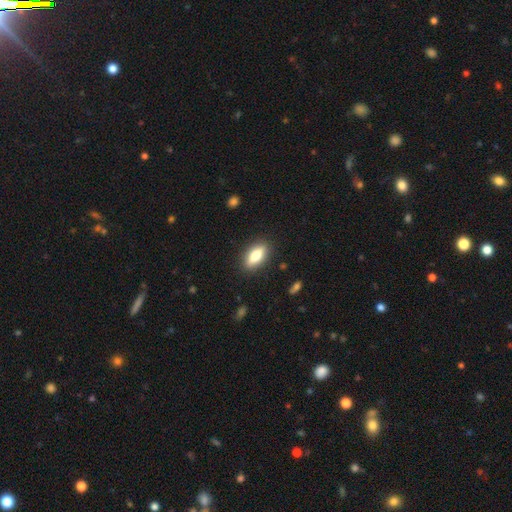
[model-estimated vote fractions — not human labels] Overall: smooth (71%). How rounded: in between (75%). Merging: none (87%).